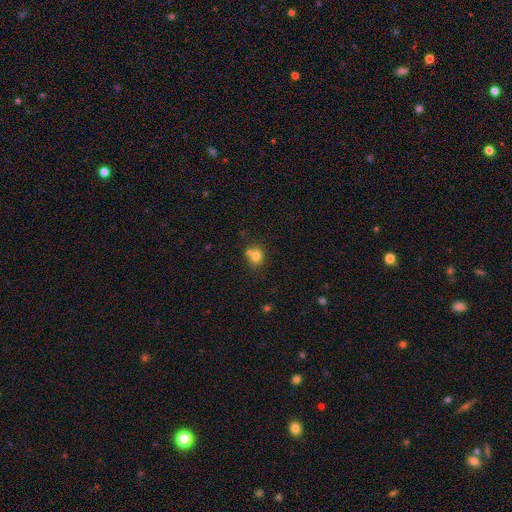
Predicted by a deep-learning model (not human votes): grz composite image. It shows a smooth galaxy with no disk features (77%) that is round (74%). Merging: none (50%).